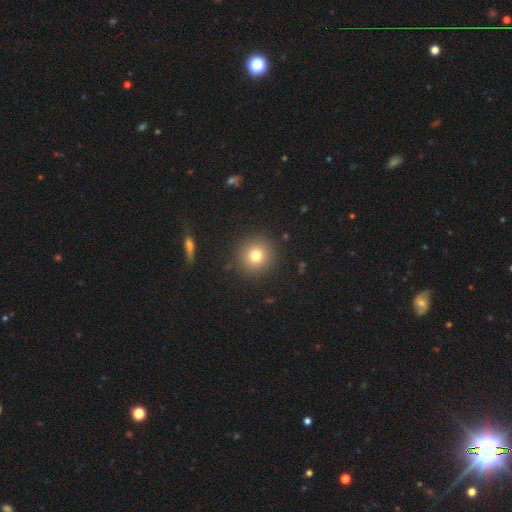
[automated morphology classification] smooth_or_featured: smooth (p=0.77) [alt: star or artifact p=0.13]
how_rounded: round (p=0.93) [alt: in between p=0.06]
merging: none (p=0.90) [alt: minor disturbance p=0.06]